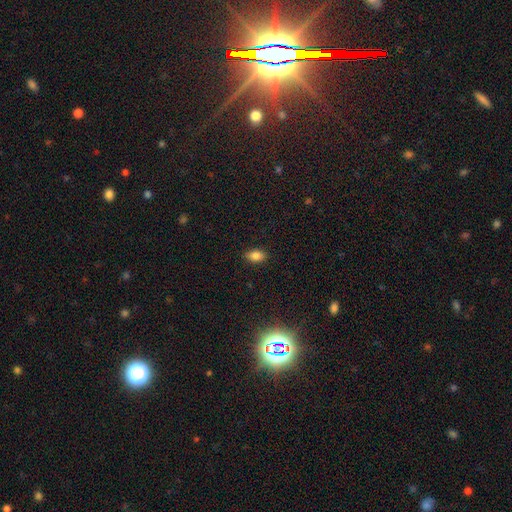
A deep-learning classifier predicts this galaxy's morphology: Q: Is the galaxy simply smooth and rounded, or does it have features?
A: smooth — 84%.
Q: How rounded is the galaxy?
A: in between — 86%.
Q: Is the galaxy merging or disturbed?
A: none — 86%.